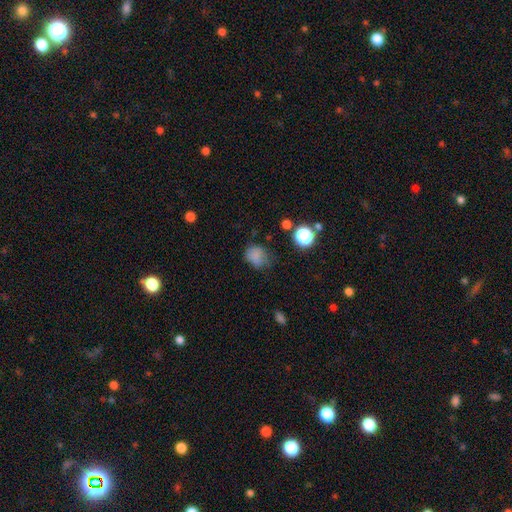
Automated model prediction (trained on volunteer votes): Overall: smooth (75%). How rounded: round (63%; in between 36%). Merging: none (53%; minor disturbance 30%).